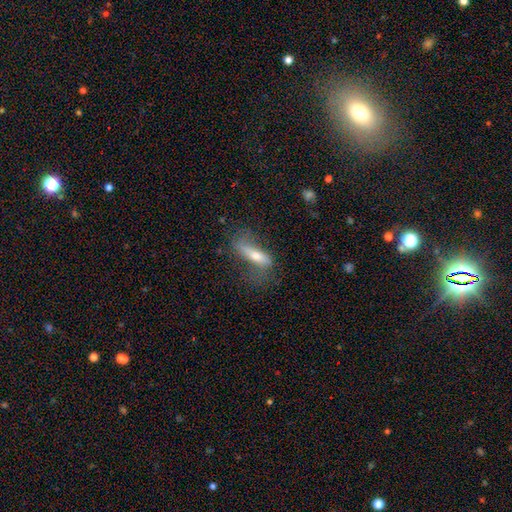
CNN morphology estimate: Smooth or featured: smooth — 51% (featured or disk — 41%)
How rounded: cigar-shaped — 65% (in between — 33%)
Merging: none — 50% (minor disturbance — 25%)